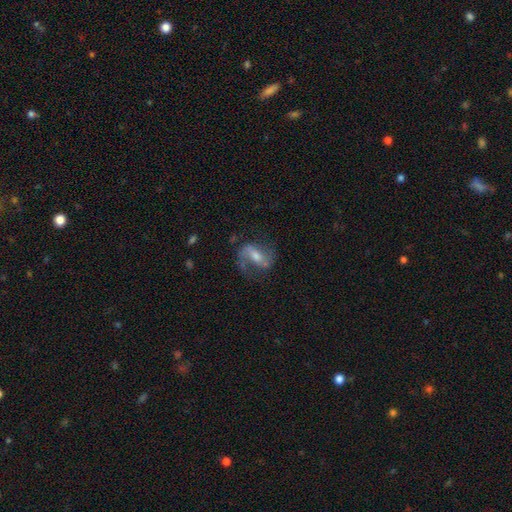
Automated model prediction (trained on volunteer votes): smooth-or-featured: featured or disk: 77% | smooth: 16% | star or artifact: 7%
  disk-edge-on: no: 95% | yes: 5%
    bar: weak: 42% | strong: 37% | no: 21%
    has-spiral-arms: yes: 91% | no: 9%
      spiral-winding: medium: 44% | loose: 43% | tight: 13%
      spiral-arm-count: 2: 82% | 1: 10% | can't tell: 5% | 3: 1% | 4: 1% | more than 4: 1%
    bulge-size: moderate: 55% | small: 32% | large: 7% | none: 4% | dominant: 1%
  merging: none: 64% | minor disturbance: 18% | major disturbance: 16% | merger: 2%